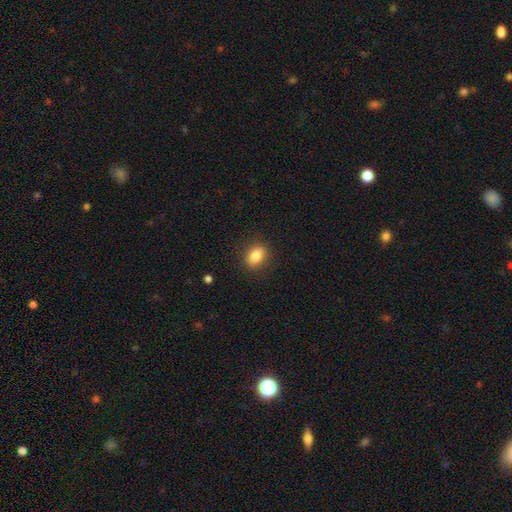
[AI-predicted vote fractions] The model was most divided on "how rounded": in between: 69%, round: 28%, cigar-shaped: 2%. More confident: merging — none (87%); smooth or featured — smooth (84%).